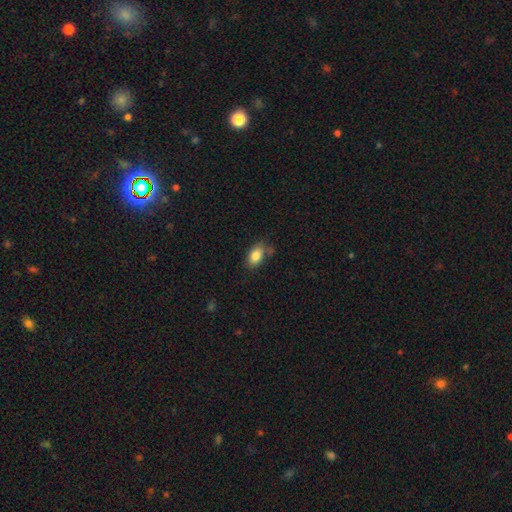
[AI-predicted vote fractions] smooth 83%, featured or disk 9%, star or artifact 8%. Down the decision tree: how rounded — in between (89%); merging — none (66%).